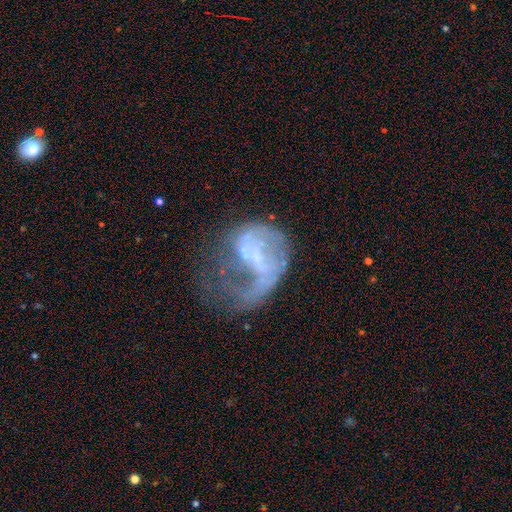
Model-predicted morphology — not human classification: Smooth or featured?
  - featured or disk: 67% *
  - smooth: 22%
  - star or artifact: 11%
Edge-on disk?
  - no: 98% *
  - yes: 2%
Bar?
  - no: 61% *
  - weak: 29%
  - strong: 9%
Spiral arms?
  - no: 50% * (tied)
  - yes: 50% * (tied)
Bulge size?
  - none: 42% *
  - small: 38%
  - moderate: 15%
  - large: 3%
  - dominant: 2%
Merging?
  - major disturbance: 57% *
  - none: 21%
  - minor disturbance: 14%
  - merger: 8%